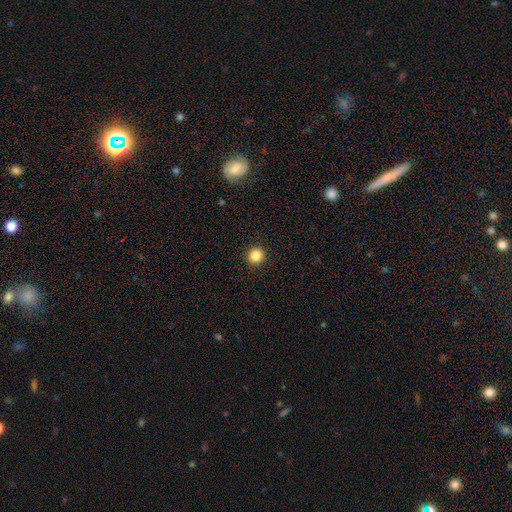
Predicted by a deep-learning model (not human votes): smooth-or-featured: smooth: 86% | star or artifact: 11% | featured or disk: 4%
  how-rounded: round: 93% | in between: 6% | cigar-shaped: 1%
  merging: none: 92% | minor disturbance: 5% | major disturbance: 2% | merger: 1%